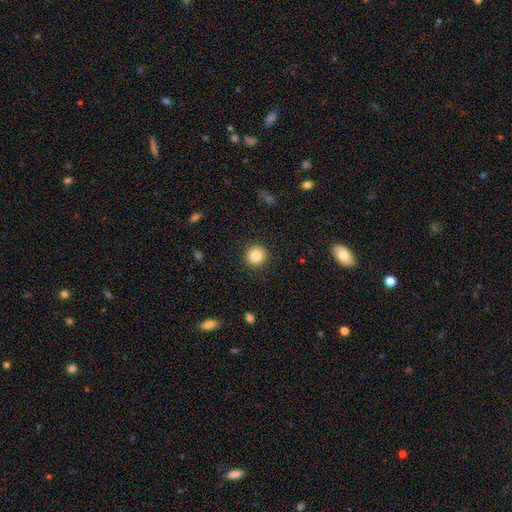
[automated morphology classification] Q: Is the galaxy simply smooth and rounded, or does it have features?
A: smooth — 85%.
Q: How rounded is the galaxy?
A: round — 94%.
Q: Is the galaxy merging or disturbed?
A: none — 91%.